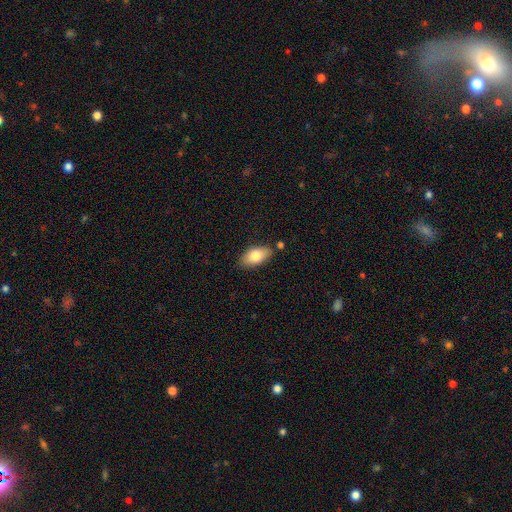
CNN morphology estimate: Smooth or featured? Predicted: smooth (p=0.79). How rounded? Predicted: in between (p=0.93). Merging? Predicted: none (p=0.79).